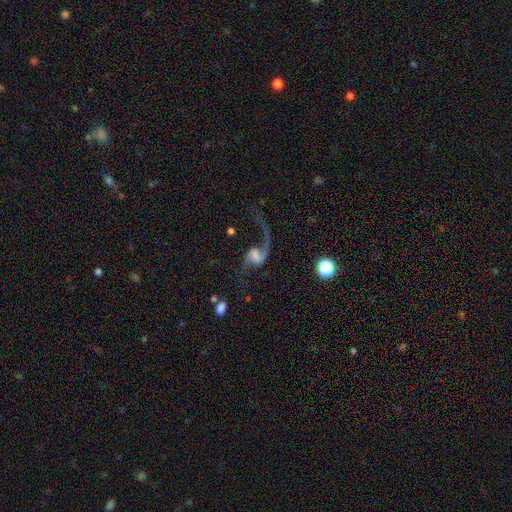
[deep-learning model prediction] smooth_or_featured: featured or disk (p=0.85) [alt: smooth p=0.08]
disk_edge_on: no (p=0.98) [alt: yes p=0.02]
bar: weak (p=0.45) [alt: no p=0.36]
has_spiral_arms: yes (p=0.95) [alt: no p=0.05]
spiral_winding: loose (p=0.87) [alt: medium p=0.11]
spiral_arm_count: 2 (p=0.78) [alt: 1 p=0.18]
bulge_size: none (p=0.39) [alt: small p=0.23]
merging: none (p=0.50) [alt: major disturbance p=0.30]